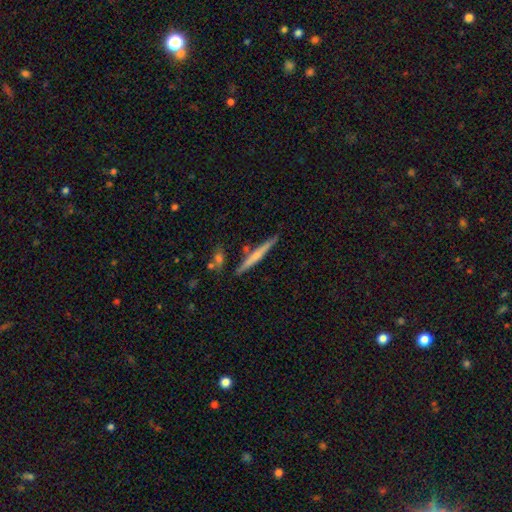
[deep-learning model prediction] This is possibly a smooth galaxy (50%). How rounded: clearly cigar-shaped (95%). Merging: clearly none (82%).